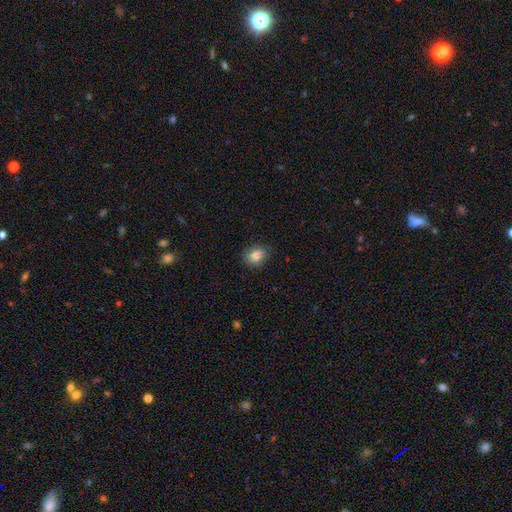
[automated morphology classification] A smooth galaxy with no disk features (86%) that is in between round and cigar-shaped (54%). Merging: none (78%).